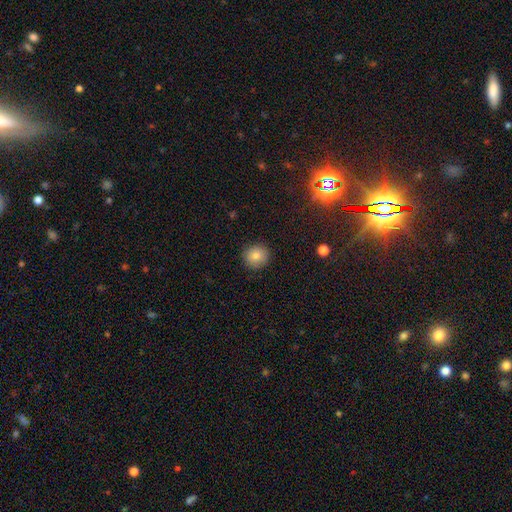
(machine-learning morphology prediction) Smooth or featured? Predicted: smooth (p=0.83). How rounded? Predicted: round (p=0.88). Merging? Predicted: none (p=0.90).